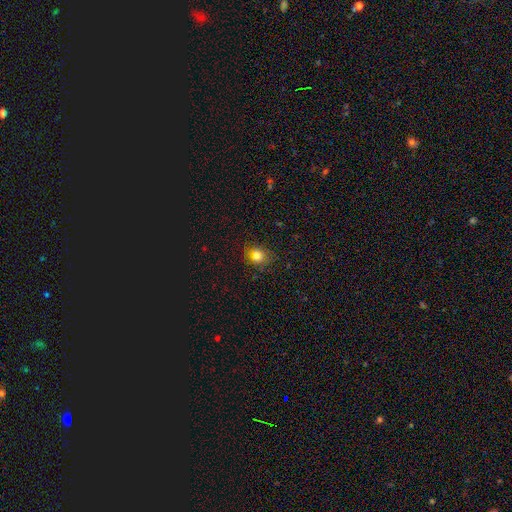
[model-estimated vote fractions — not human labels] Smooth or featured?
  - smooth: 79% *
  - star or artifact: 14%
  - featured or disk: 7%
How rounded?
  - round: 70% *
  - in between: 29%
  - cigar-shaped: 1%
Merging?
  - none: 83% *
  - minor disturbance: 13%
  - major disturbance: 3%
  - merger: 1%